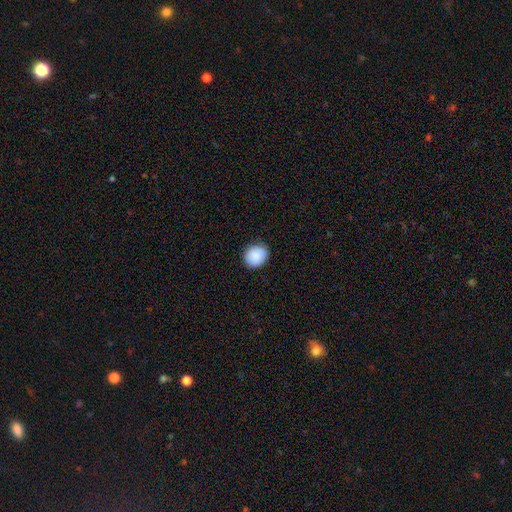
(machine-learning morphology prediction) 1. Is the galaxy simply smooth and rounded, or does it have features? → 89% smooth, 7% star or artifact, 4% featured or disk.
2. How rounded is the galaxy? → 69% round, 30% in between, 1% cigar-shaped.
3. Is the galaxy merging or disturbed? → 87% none, 10% minor disturbance, 2% major disturbance, 1% merger.